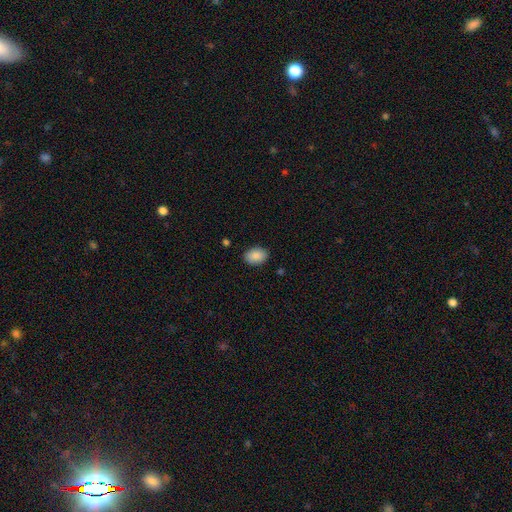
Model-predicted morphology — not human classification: smooth_or_featured: smooth (p=0.89) [alt: star or artifact p=0.07]
how_rounded: in between (p=0.76) [alt: round p=0.23]
merging: none (p=0.87) [alt: minor disturbance p=0.09]